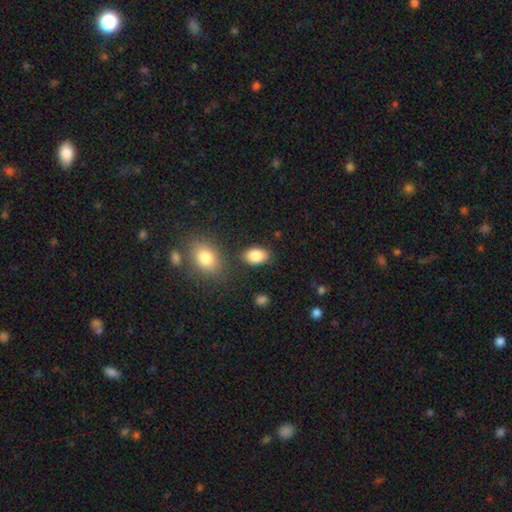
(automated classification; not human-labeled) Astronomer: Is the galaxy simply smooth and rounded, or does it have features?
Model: smooth — 87%.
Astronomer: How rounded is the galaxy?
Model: in between — 87%.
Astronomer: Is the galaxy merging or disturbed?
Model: none — 81%.